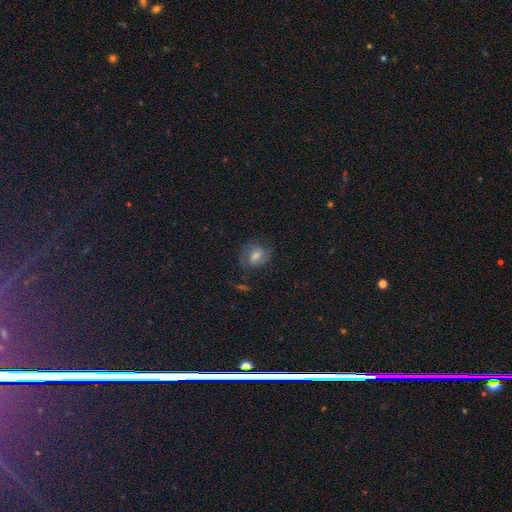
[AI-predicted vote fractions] featured or disk 45%, smooth 37%, star or artifact 18%. Down the decision tree: merging — none (72%).